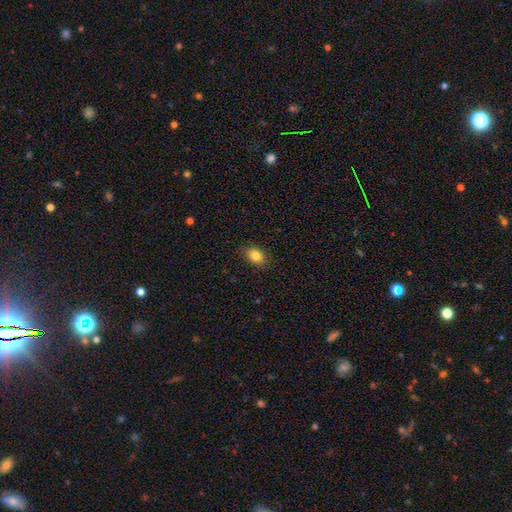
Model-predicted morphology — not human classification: Smooth or featured: smooth — 84% (star or artifact — 9%)
How rounded: in between — 75% (round — 23%)
Merging: none — 84% (minor disturbance — 12%)